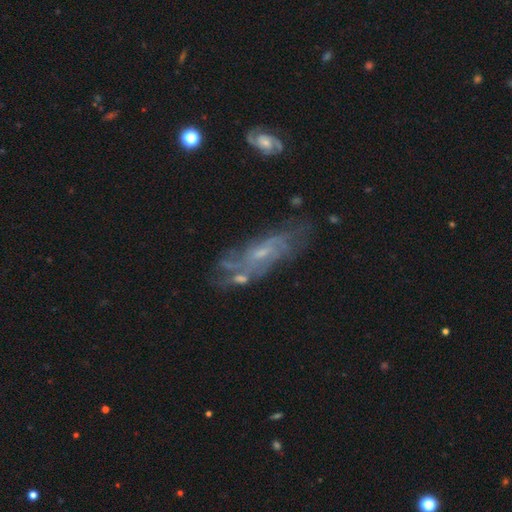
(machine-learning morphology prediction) A featured or disk galaxy (64%) with no bar (65%), spiral arms (62%) and a small central bulge (67%). Merging: none (66%).